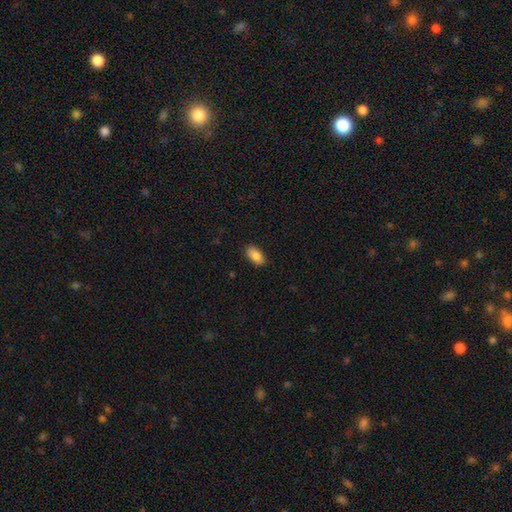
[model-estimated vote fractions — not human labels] A smooth galaxy with no disk features (86%) that is in between round and cigar-shaped (92%).

Vote fractions:
- Smooth or featured? smooth: 86% / star or artifact: 7% / featured or disk: 7%
- How rounded? in between: 92% / cigar-shaped: 4% / round: 4%
- Merging? none: 86% / minor disturbance: 11% / major disturbance: 2% / merger: 1%